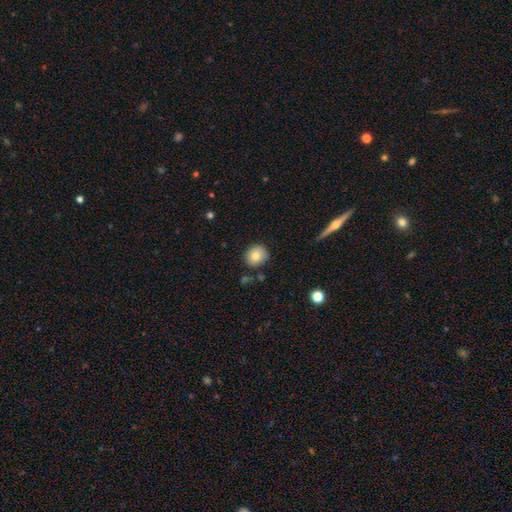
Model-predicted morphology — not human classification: smooth 80%, featured or disk 11%, star or artifact 9%. Down the decision tree: how rounded — round (79%); merging — none (82%).